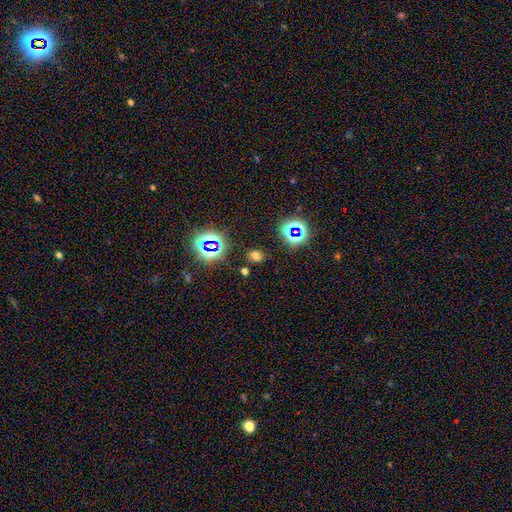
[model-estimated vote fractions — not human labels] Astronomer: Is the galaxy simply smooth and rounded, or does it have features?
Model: smooth — 59%.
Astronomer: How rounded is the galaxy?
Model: in between — 52% (runner-up: round, 47%).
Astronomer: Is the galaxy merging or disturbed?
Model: none — 82%.